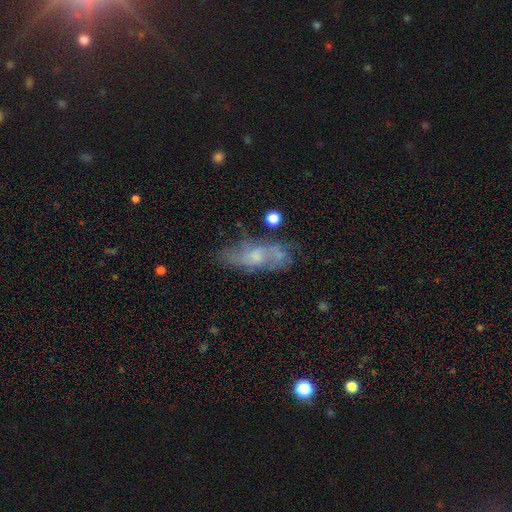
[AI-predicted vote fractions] Q: Smooth or featured?
A: featured or disk (57%); runner-up: smooth (34%)
Q: Edge-on disk?
A: no (84%); runner-up: yes (16%)
Q: Merging?
A: none (55%); runner-up: minor disturbance (24%)